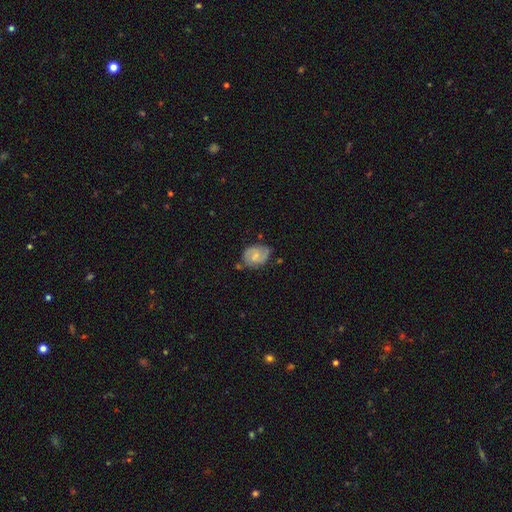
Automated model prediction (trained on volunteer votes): featured or disk 57%, smooth 35%, star or artifact 7%. Down the decision tree: edge-on disk — no (97%); bar — no (47%); spiral arms — yes (86%); bulge size — small (53%); merging — none (61%).